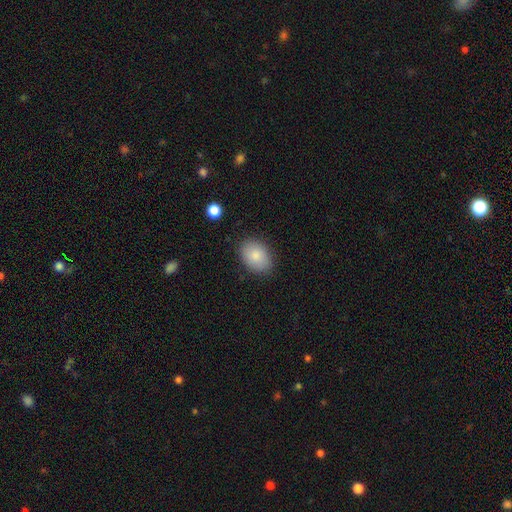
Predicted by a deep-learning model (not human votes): Smooth or featured? smooth (84%)
How rounded? in between (75%)
Merging? none (85%)